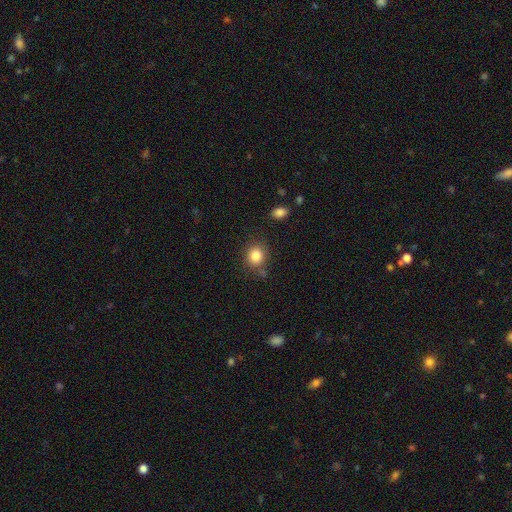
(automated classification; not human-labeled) Smooth or featured? smooth (84%)
How rounded? round (78%)
Merging? none (78%)